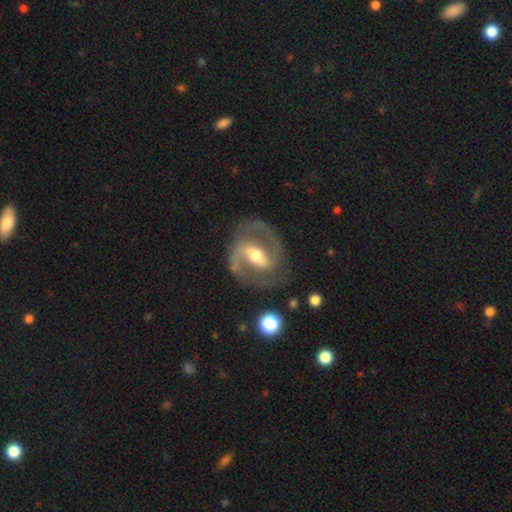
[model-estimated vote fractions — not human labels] This appears to be a featured or disk galaxy (91%) with a strong bar (48%), 2 (93%) medium (66%) spiral arms (97%) and a moderate central bulge (69%). Merging: none (80%).